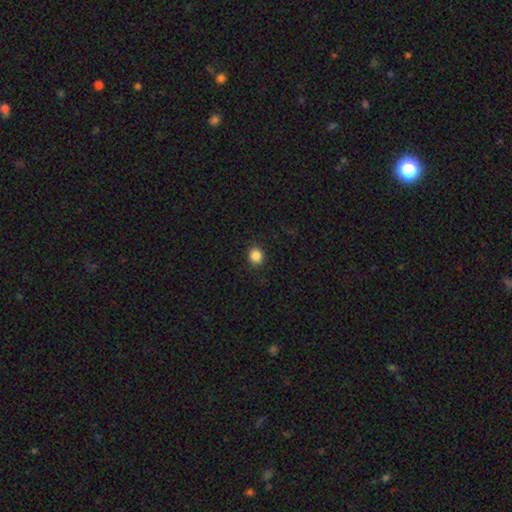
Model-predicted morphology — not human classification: Smooth or featured? Predicted: smooth (p=0.86). How rounded? Predicted: round (p=0.86). Merging? Predicted: none (p=0.90).